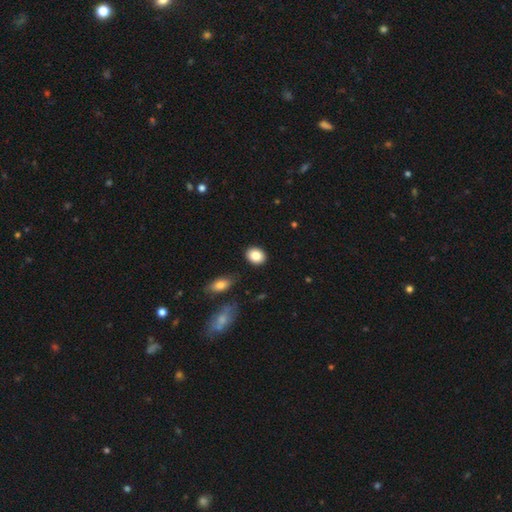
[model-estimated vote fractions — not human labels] Overall: smooth (86%). How rounded: in between (57%; round 42%). Merging: none (89%).